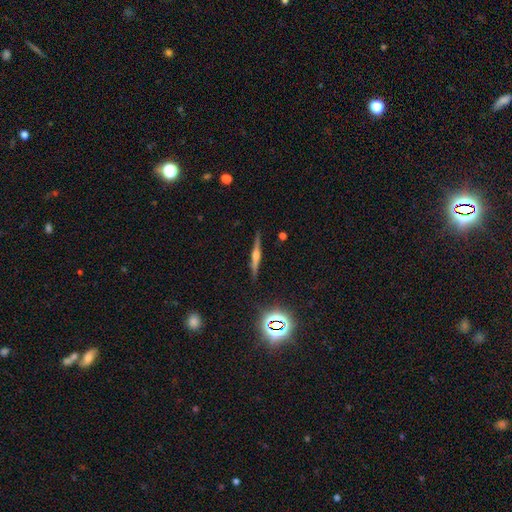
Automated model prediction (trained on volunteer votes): featured or disk 65%, smooth 22%, star or artifact 13%. Down the decision tree: edge-on disk — yes (97%); edge-on bulge — rounded (77%); merging — none (89%).